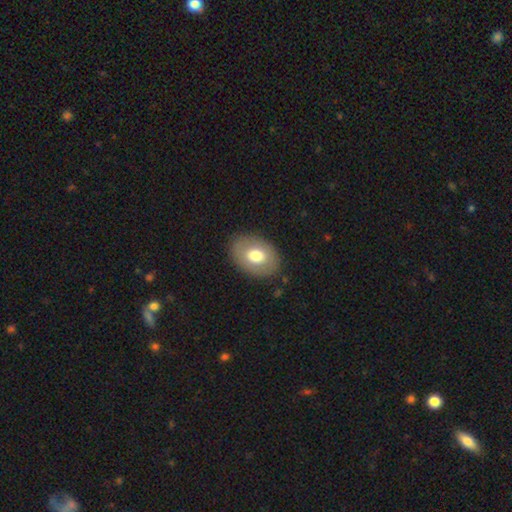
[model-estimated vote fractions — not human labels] A smooth galaxy with no disk features (68%) that is in between round and cigar-shaped (78%). Merging: none (85%).